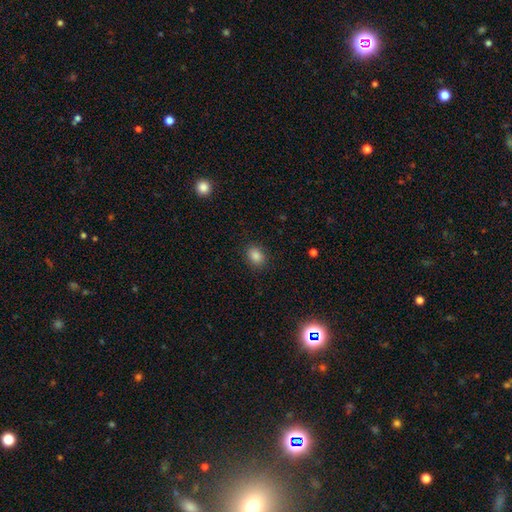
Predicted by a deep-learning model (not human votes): Smooth or featured?
  - smooth: 85% *
  - star or artifact: 11%
  - featured or disk: 4%
How rounded?
  - in between: 54% *
  - round: 45%
  - cigar-shaped: 1%
Merging?
  - none: 87% *
  - minor disturbance: 9%
  - major disturbance: 3%
  - merger: 1%